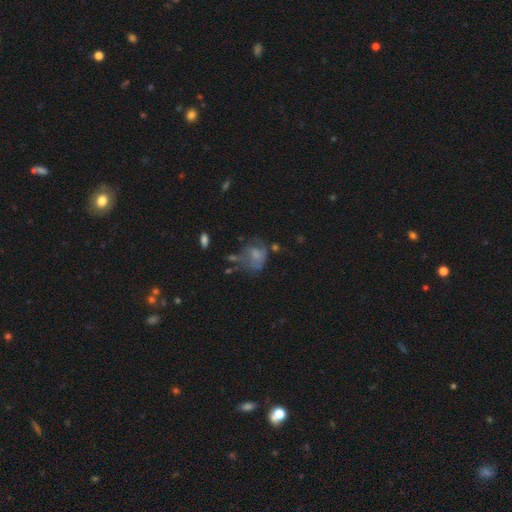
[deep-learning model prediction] Smooth or featured: smooth — 46% (featured or disk — 42%)
Merging: major disturbance — 39% (none — 30%)